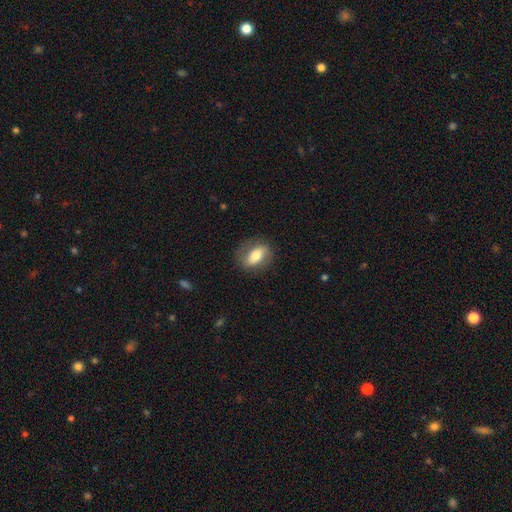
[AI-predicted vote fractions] Smooth or featured? Predicted: smooth (p=0.57). How rounded? Predicted: in between (p=0.77). Merging? Predicted: none (p=0.79).